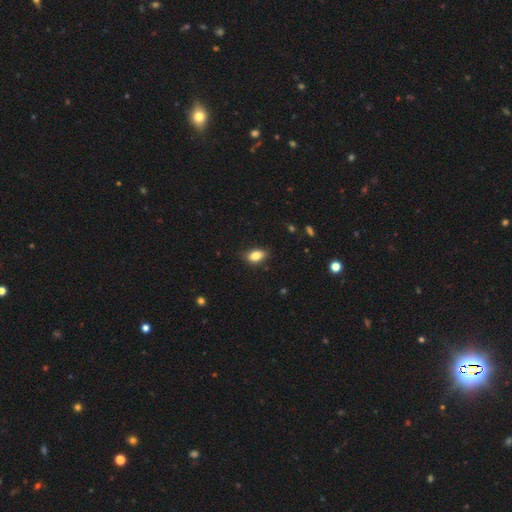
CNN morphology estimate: This appears to be a smooth galaxy with no disk features (82%) that is in between round and cigar-shaped (86%). Merging: none (79%).